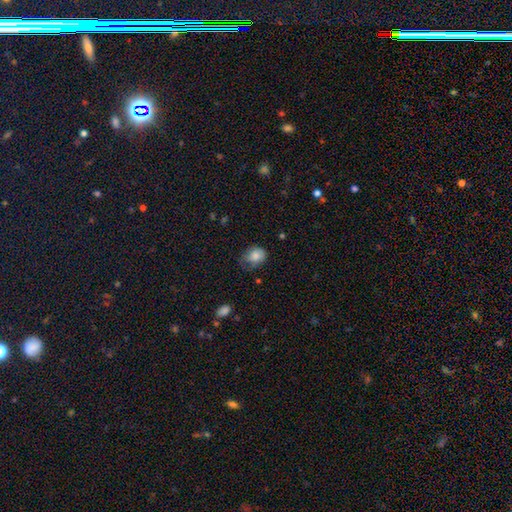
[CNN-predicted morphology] Smooth or featured? smooth (81%)
How rounded? in between (54%)
Merging? none (48%)